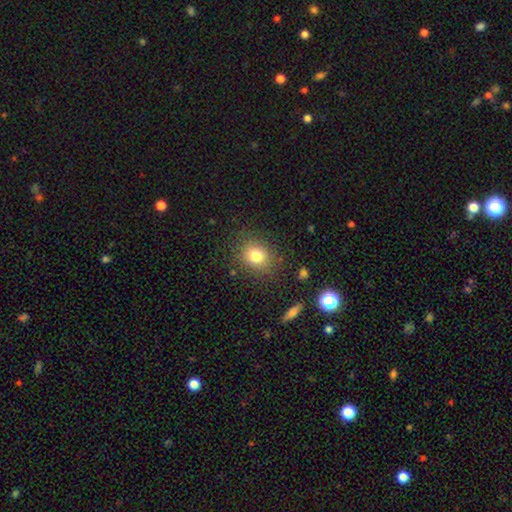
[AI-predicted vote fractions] The model was most divided on "how rounded": round: 69%, in between: 30%, cigar-shaped: 1%. More confident: merging — none (84%); smooth or featured — smooth (79%).